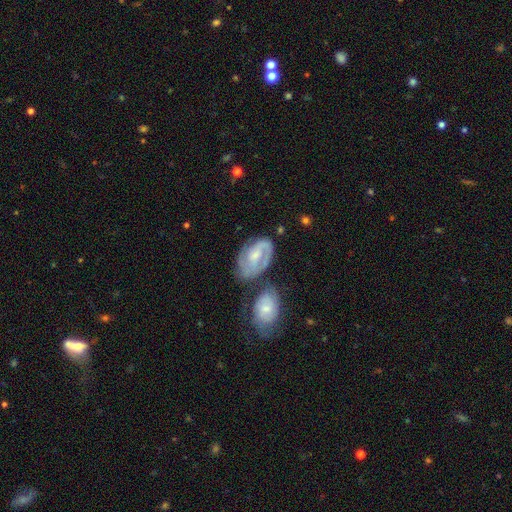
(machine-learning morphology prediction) featured or disk 78%, smooth 17%, star or artifact 6%. Down the decision tree: edge-on disk — no (96%); bar — no (47%); spiral arms — yes (92%); spiral arm count — 2 (64%); spiral winding — tight (50%); bulge size — small (50%); merging — none (51%).